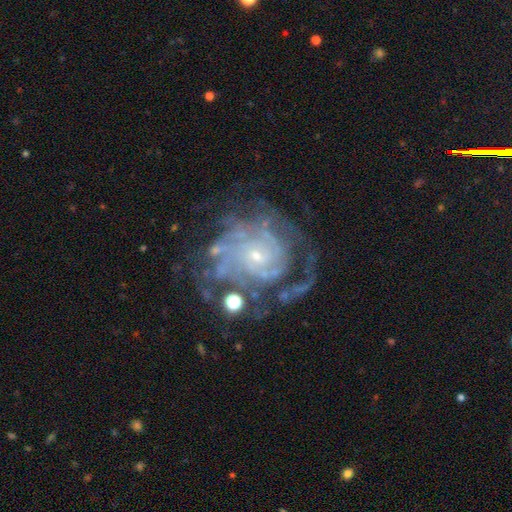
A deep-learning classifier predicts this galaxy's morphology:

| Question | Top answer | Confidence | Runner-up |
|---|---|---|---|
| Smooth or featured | featured or disk | 86% | star or artifact (8%) |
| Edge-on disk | no | 98% | yes (2%) |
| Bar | no | 73% | weak (22%) |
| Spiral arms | yes | 93% | no (7%) |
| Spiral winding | tight | 67% | medium (25%) |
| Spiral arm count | can't tell | 39% | 4 (17%) |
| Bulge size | small | 81% | moderate (14%) |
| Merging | none | 57% | major disturbance (20%) |